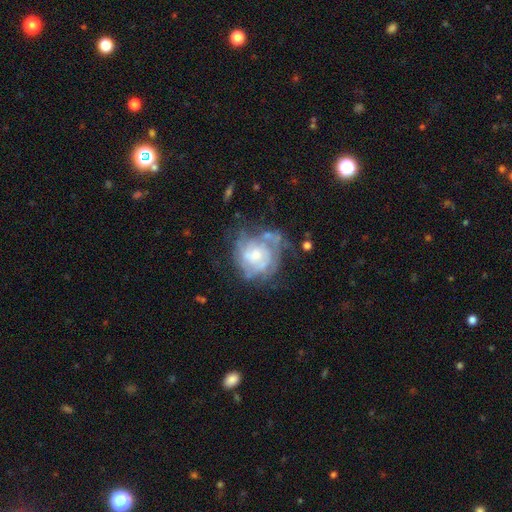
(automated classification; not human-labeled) featured or disk 71%, smooth 22%, star or artifact 7%. Down the decision tree: edge-on disk — no (98%); bar — no (73%); spiral arms — yes (72%); spiral arm count — can't tell (50%); spiral winding — tight (56%); bulge size — moderate (47%); merging — none (45%).